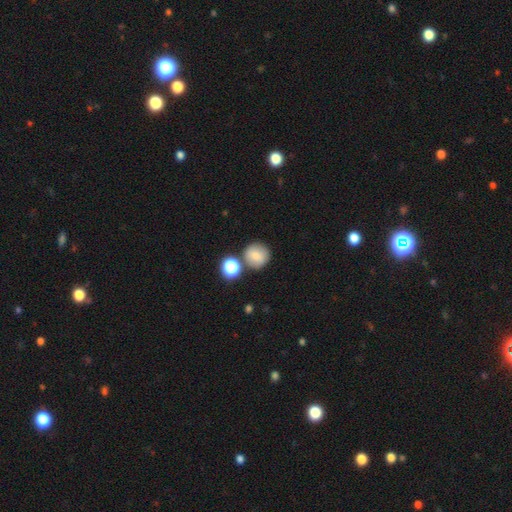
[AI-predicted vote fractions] smooth-or-featured: smooth: 76% | featured or disk: 13% | star or artifact: 12%
  how-rounded: round: 93% | in between: 6% | cigar-shaped: 1%
  merging: none: 72% | merger: 15% | minor disturbance: 10% | major disturbance: 3%